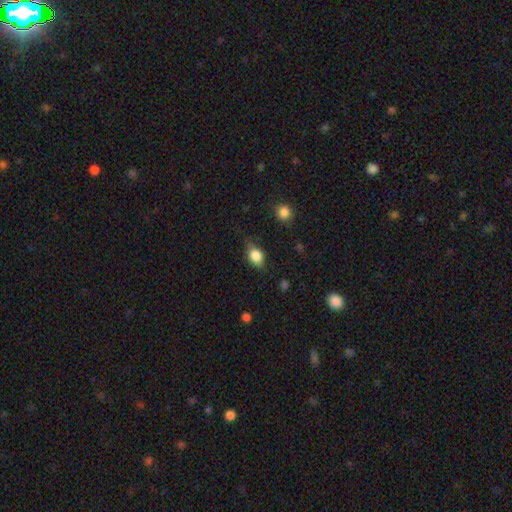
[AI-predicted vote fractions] Smooth or featured?
  - smooth: 80% *
  - featured or disk: 11%
  - star or artifact: 9%
How rounded?
  - in between: 68% *
  - round: 30%
  - cigar-shaped: 3%
Merging?
  - none: 69% *
  - minor disturbance: 24%
  - major disturbance: 6%
  - merger: 2%